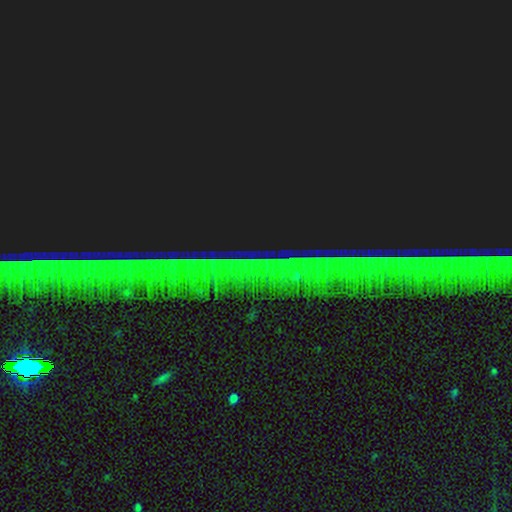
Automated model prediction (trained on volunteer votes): Smooth or featured? star or artifact (85%)